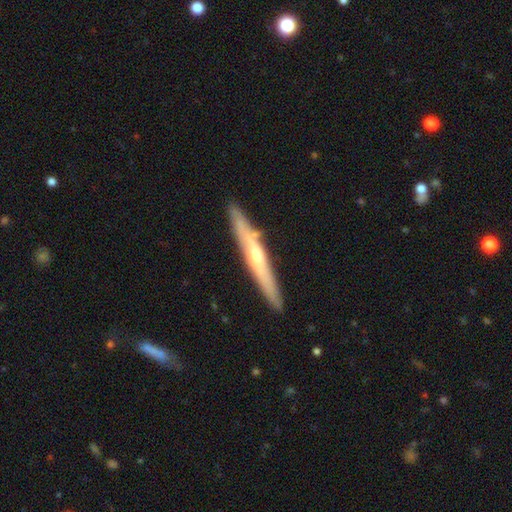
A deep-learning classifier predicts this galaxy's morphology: Q: Smooth or featured?
A: featured or disk (66%); runner-up: smooth (29%)
Q: Edge-on disk?
A: yes (94%); runner-up: no (6%)
Q: Edge-on bulge?
A: rounded (69%); runner-up: none (26%)
Q: Merging?
A: none (87%); runner-up: minor disturbance (9%)